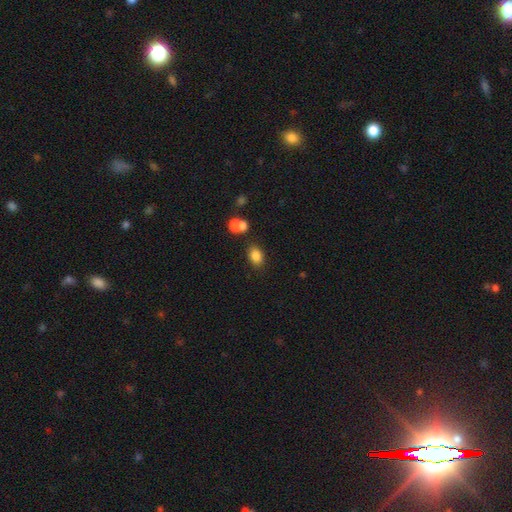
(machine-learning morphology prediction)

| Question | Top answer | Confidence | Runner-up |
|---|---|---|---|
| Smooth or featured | smooth | 83% | star or artifact (11%) |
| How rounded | in between | 78% | round (20%) |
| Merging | none | 75% | minor disturbance (11%) |